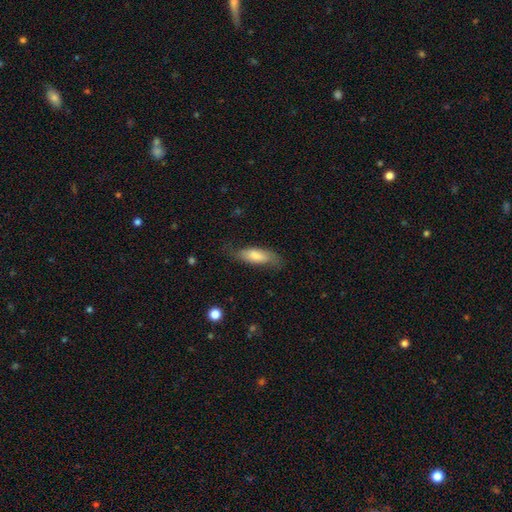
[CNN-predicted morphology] type=smooth (71%); roundness=in between (68%); merging=none (66%).